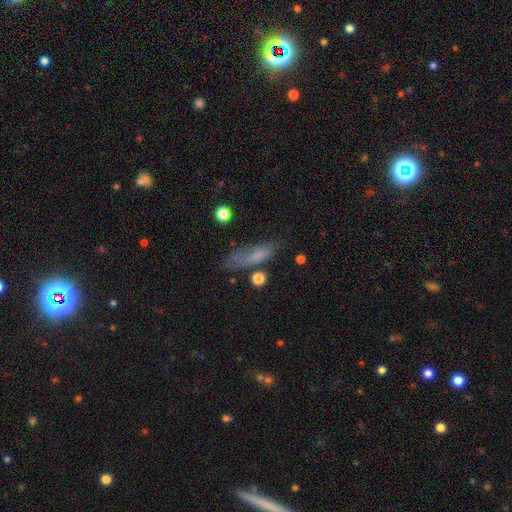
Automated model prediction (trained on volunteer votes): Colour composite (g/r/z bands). It shows a smooth galaxy with no disk features (61%) that is cigar-shaped (55%). Merging: none (52%).